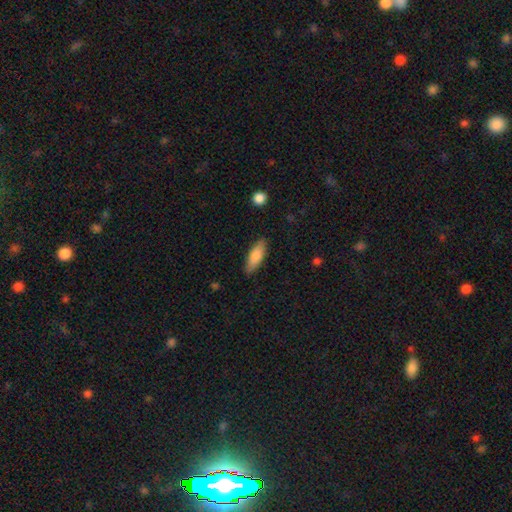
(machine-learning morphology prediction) Smooth or featured? Predicted: smooth (p=0.82). How rounded? Predicted: in between (p=0.60). Merging? Predicted: none (p=0.86).